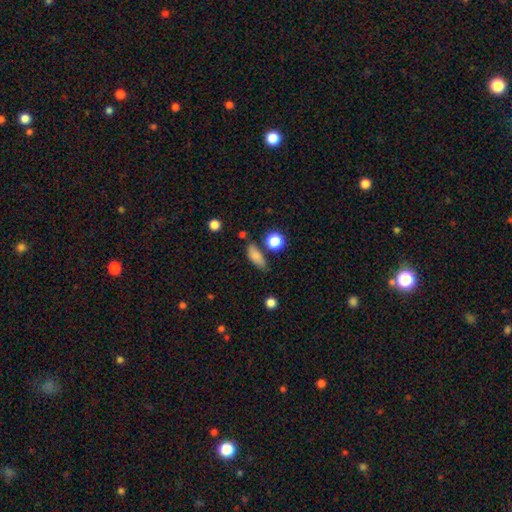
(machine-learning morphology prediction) A smooth galaxy with no disk features (82%) that is in between round and cigar-shaped (67%). Merging: none (68%).